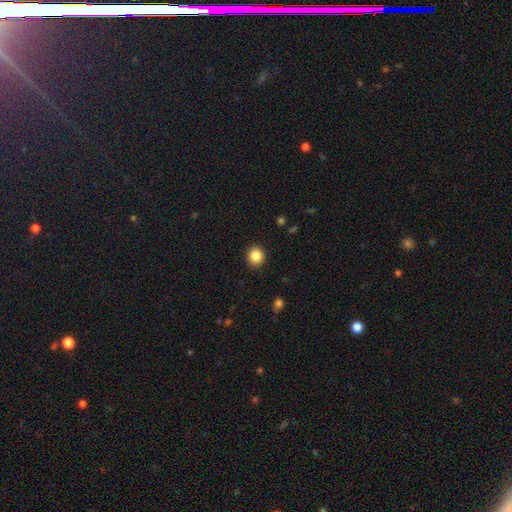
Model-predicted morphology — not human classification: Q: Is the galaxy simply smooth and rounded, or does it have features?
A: smooth — 86%.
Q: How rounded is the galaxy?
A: round — 84%.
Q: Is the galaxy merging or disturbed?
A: none — 92%.